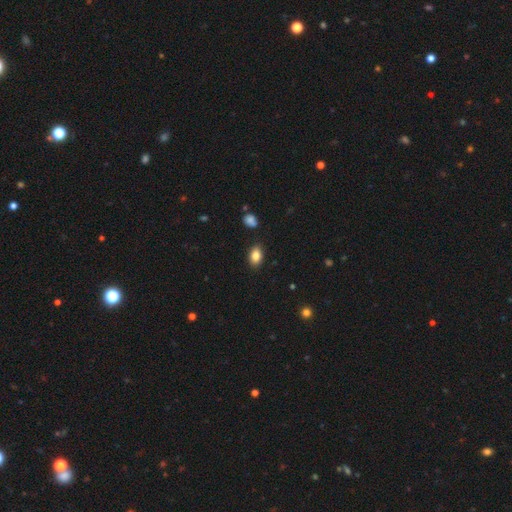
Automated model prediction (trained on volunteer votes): Smooth or featured? Predicted: smooth (p=0.84). How rounded? Predicted: in between (p=0.84). Merging? Predicted: none (p=0.86).